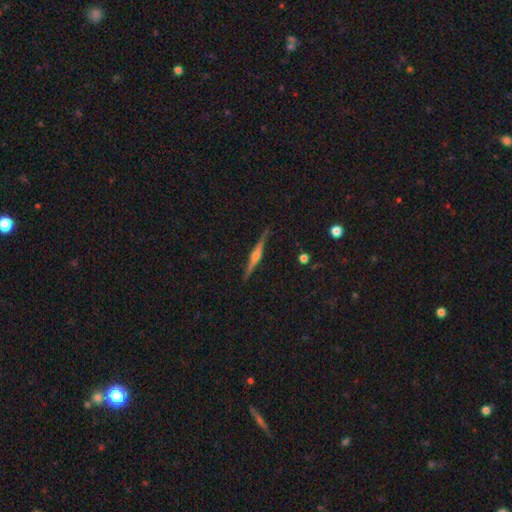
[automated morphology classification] A featured or disk galaxy (79%) viewed edge-on (98%) with a rounded central bulge (84%).

Vote fractions:
- Smooth or featured? featured or disk: 79% / smooth: 15% / star or artifact: 6%
- Edge-on disk? yes: 98% / no: 2%
- Edge-on bulge? rounded: 84% / boxy: 9% / none: 6%
- Merging? none: 89% / minor disturbance: 8% / major disturbance: 2% / merger: 1%